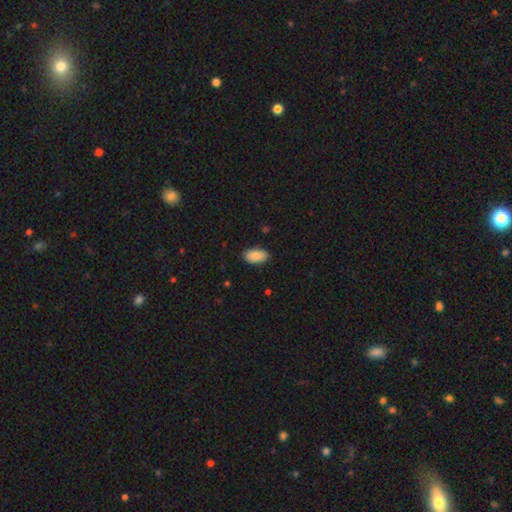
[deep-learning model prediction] Smooth or featured: smooth — 88% (star or artifact — 7%)
How rounded: in between — 95% (round — 3%)
Merging: none — 87% (minor disturbance — 10%)